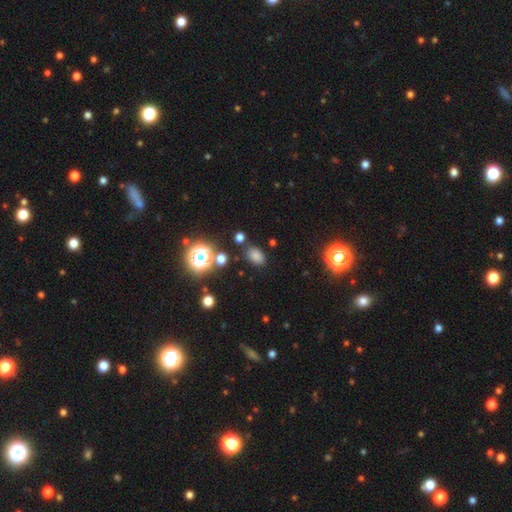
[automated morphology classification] smooth 74%, star or artifact 19%, featured or disk 6%. Down the decision tree: how rounded — in between (79%); merging — none (82%).